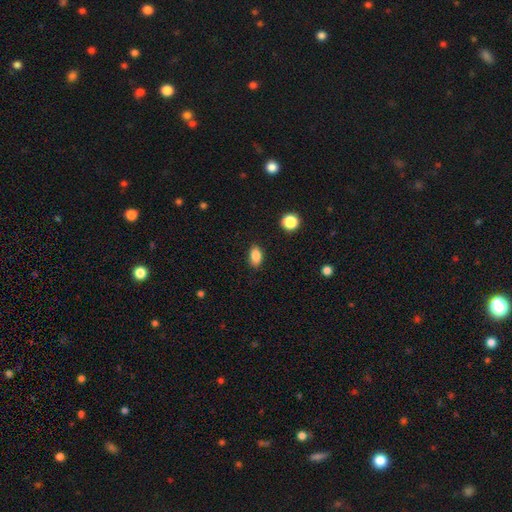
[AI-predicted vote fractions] Smooth or featured: smooth — 86% (star or artifact — 9%)
How rounded: in between — 87% (round — 10%)
Merging: none — 88% (minor disturbance — 9%)